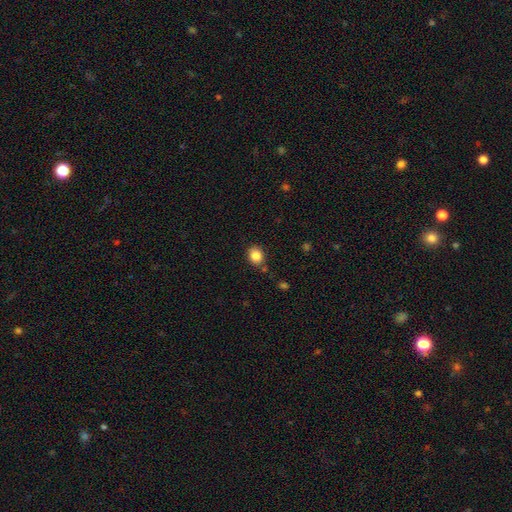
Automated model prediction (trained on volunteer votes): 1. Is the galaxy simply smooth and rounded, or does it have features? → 85% smooth, 10% star or artifact, 5% featured or disk.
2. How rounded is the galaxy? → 59% round, 41% in between, 1% cigar-shaped.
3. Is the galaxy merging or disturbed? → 79% none, 14% minor disturbance, 5% merger, 3% major disturbance.